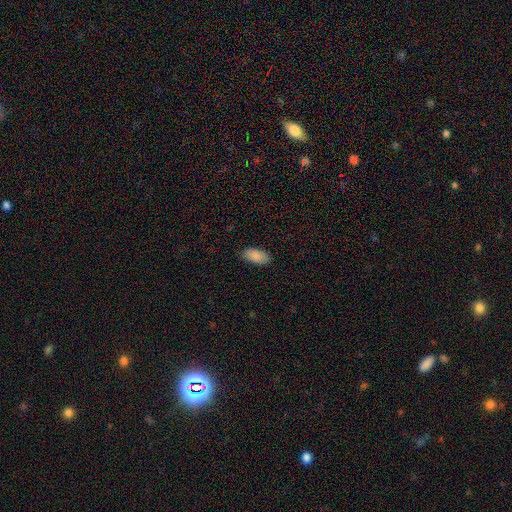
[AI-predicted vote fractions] A smooth galaxy with no disk features (89%) that is in between round and cigar-shaped (92%).

Vote fractions:
- Smooth or featured? smooth: 89% / star or artifact: 6% / featured or disk: 4%
- How rounded? in between: 92% / cigar-shaped: 6% / round: 2%
- Merging? none: 86% / minor disturbance: 11% / major disturbance: 2% / merger: 1%